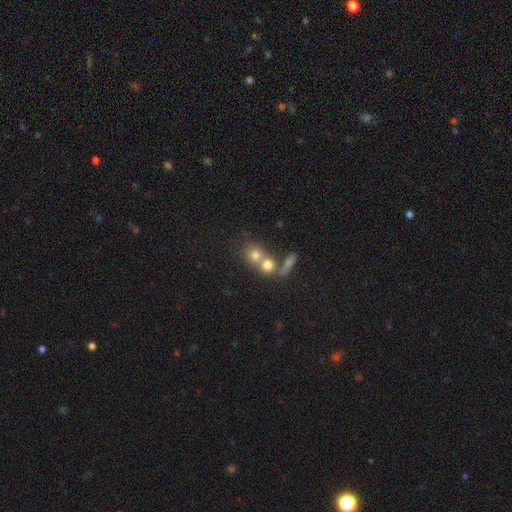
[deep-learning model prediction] Smooth or featured? smooth (55%)
How rounded? round (61%)
Merging? merger (57%)